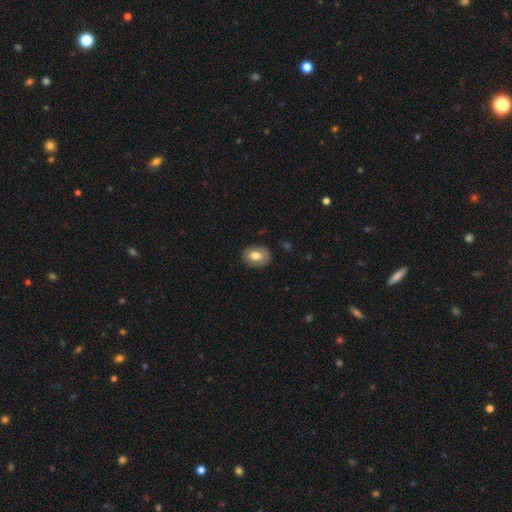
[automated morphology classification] This is likely a smooth galaxy (71%). How rounded: possibly in between (58%). Merging: clearly none (83%).